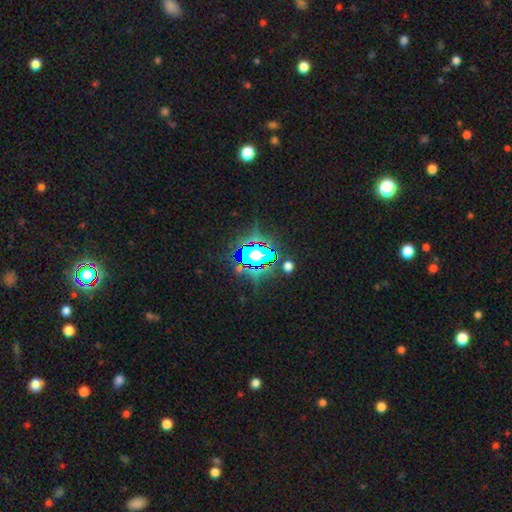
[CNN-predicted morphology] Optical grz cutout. It shows a star or artifact, not a galaxy (59%).